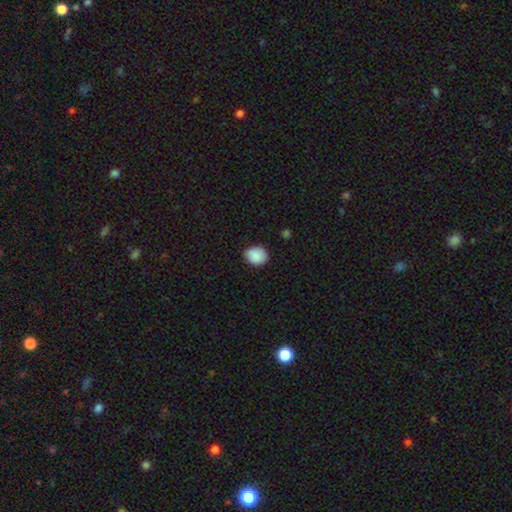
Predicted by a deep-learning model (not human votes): Smooth or featured? smooth (88%)
How rounded? round (62%)
Merging? none (81%)